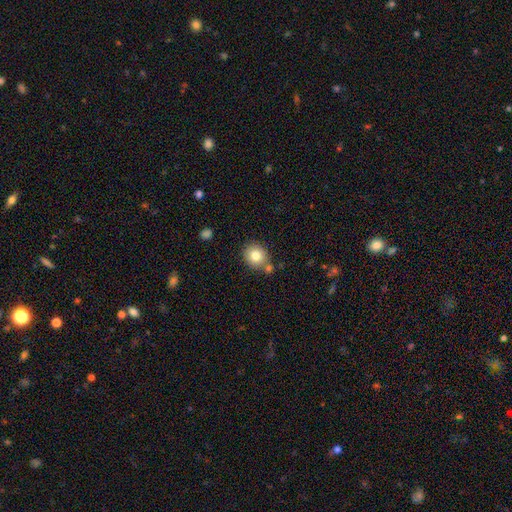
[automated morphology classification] This is clearly a smooth galaxy (80%). How rounded: clearly round (81%). Merging: likely none (72%).